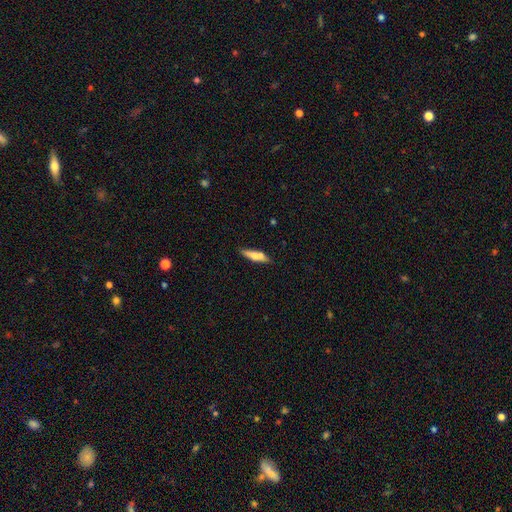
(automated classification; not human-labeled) smooth_or_featured: smooth (p=0.57) [alt: featured or disk p=0.37]
how_rounded: cigar-shaped (p=0.76) [alt: in between p=0.22]
merging: none (p=0.74) [alt: minor disturbance p=0.14]